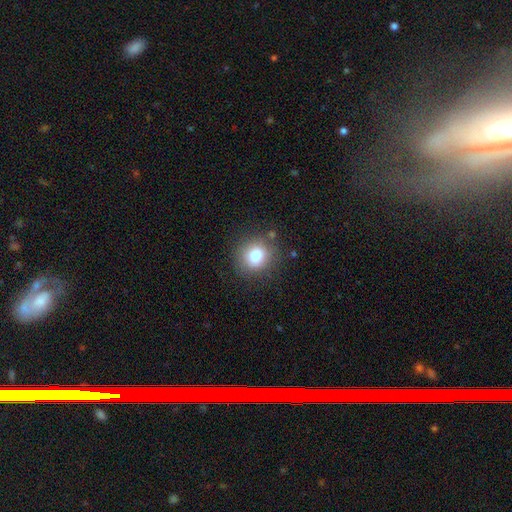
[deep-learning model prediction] A smooth galaxy with no disk features (81%) that is round (84%). Merging: none (82%).